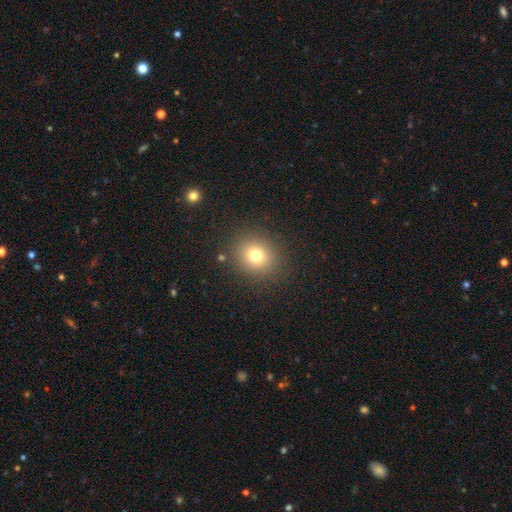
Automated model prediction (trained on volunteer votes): A smooth galaxy with no disk features (75%) that is round (79%). Merging: none (88%).